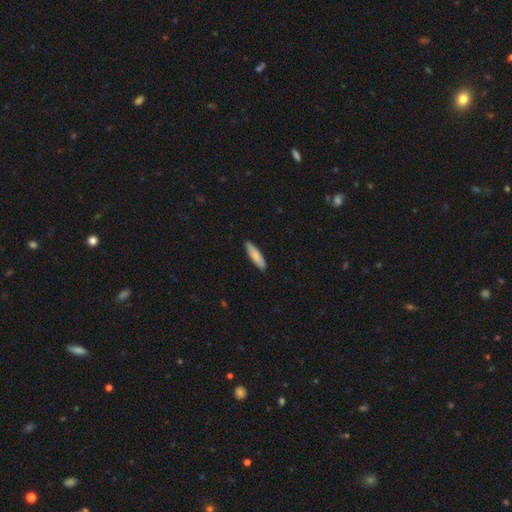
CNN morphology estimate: Overall: smooth (80%). How rounded: cigar-shaped (67%; in between 32%). Merging: none (88%).